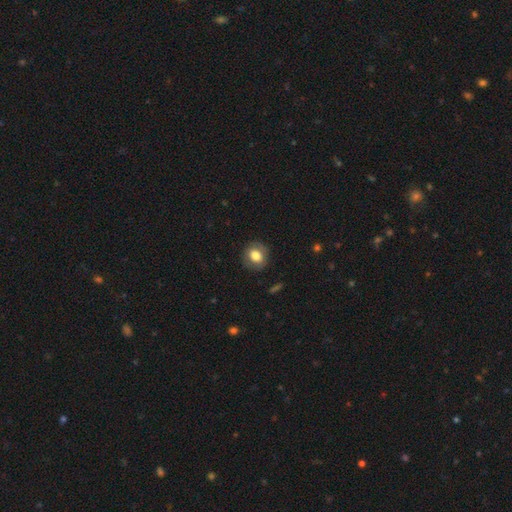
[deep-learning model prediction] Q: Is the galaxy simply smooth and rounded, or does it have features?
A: smooth — 76%.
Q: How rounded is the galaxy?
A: round — 71%.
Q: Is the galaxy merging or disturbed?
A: none — 85%.